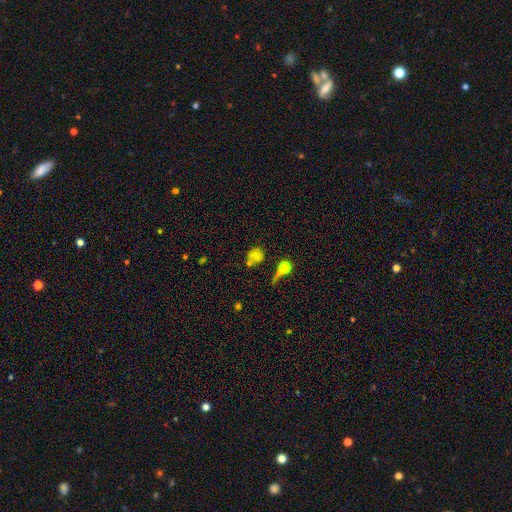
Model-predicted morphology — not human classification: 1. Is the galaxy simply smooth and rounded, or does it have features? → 62% smooth, 22% featured or disk, 16% star or artifact.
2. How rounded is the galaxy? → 77% round, 21% in between, 2% cigar-shaped.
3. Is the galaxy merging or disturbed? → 49% none, 22% merger, 17% minor disturbance, 12% major disturbance.